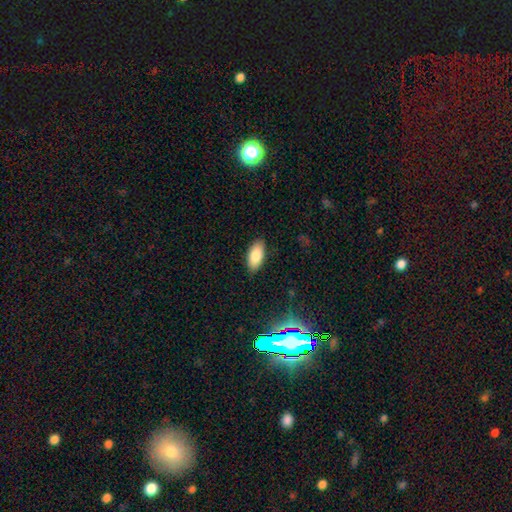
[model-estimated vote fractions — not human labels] Morphology: type=smooth (84%); roundness=in between (91%); merging=none (87%).